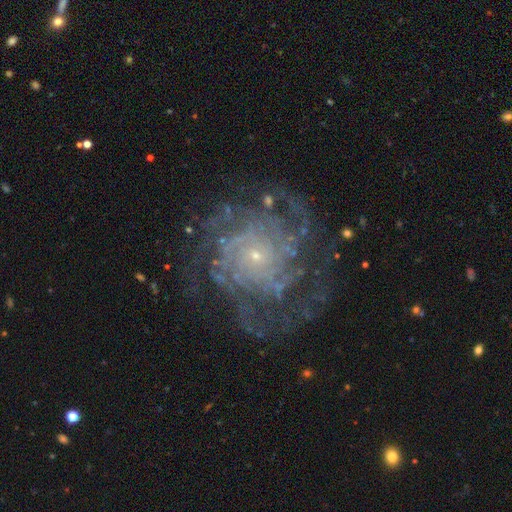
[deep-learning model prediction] Smooth or featured?
  - featured or disk: 82% *
  - star or artifact: 9%
  - smooth: 8%
Edge-on disk?
  - no: 97% *
  - yes: 3%
Bar?
  - no: 82% *
  - weak: 14%
  - strong: 4%
Spiral arms?
  - yes: 92% *
  - no: 8%
Spiral winding?
  - tight: 67% *
  - medium: 25%
  - loose: 8%
Spiral arm count?
  - can't tell: 36% *
  - more than 4: 21%
  - 4: 17%
  - 3: 11%
  - 2: 9%
  - 1: 7%
Bulge size?
  - small: 85% *
  - moderate: 9%
  - none: 3%
  - large: 2%
  - dominant: 1%
Merging?
  - none: 73% *
  - minor disturbance: 14%
  - major disturbance: 11%
  - merger: 1%